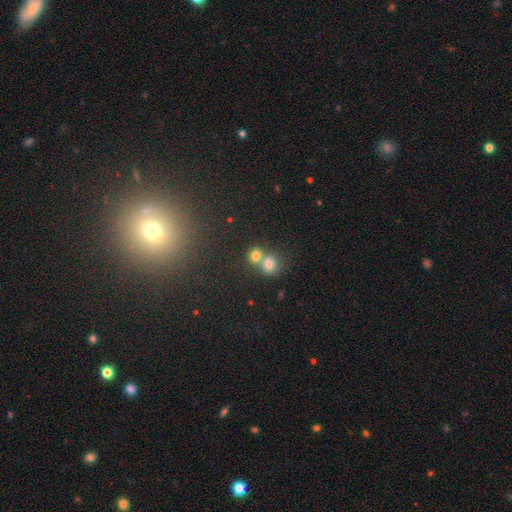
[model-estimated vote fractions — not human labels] Smooth or featured? smooth (75%)
How rounded? round (79%)
Merging? merger (57%)